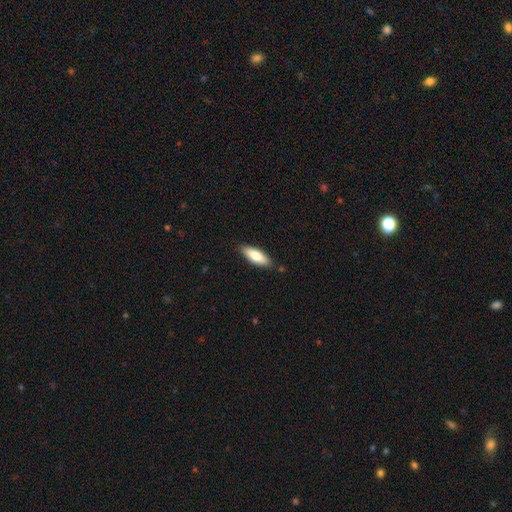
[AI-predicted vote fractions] Smooth or featured? smooth (80%)
How rounded? in between (67%)
Merging? none (85%)